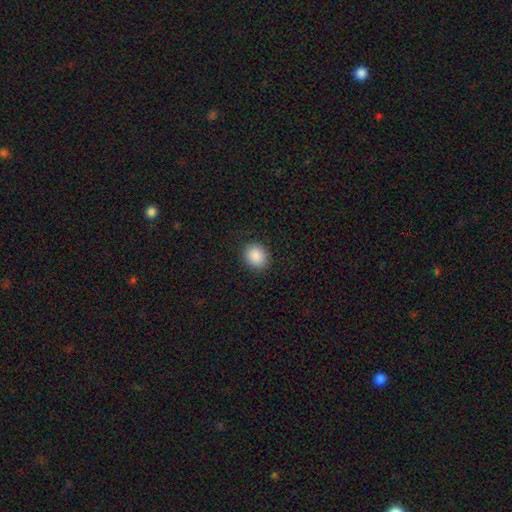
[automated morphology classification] smooth_or_featured: smooth (p=0.89) [alt: star or artifact p=0.08]
how_rounded: round (p=0.72) [alt: in between p=0.27]
merging: none (p=0.88) [alt: minor disturbance p=0.08]